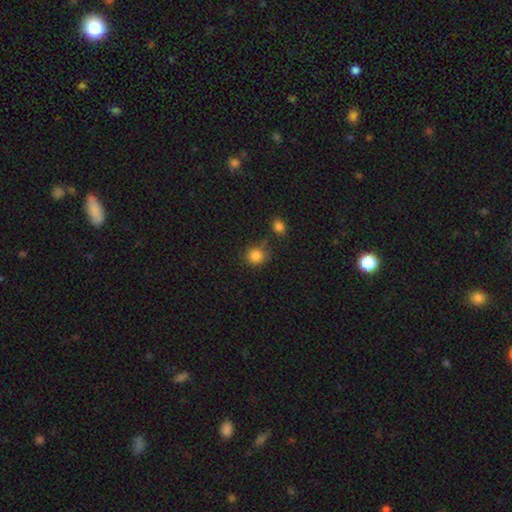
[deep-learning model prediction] smooth_or_featured: smooth (p=0.84) [alt: star or artifact p=0.12]
how_rounded: round (p=0.84) [alt: in between p=0.15]
merging: none (p=0.71) [alt: minor disturbance p=0.17]